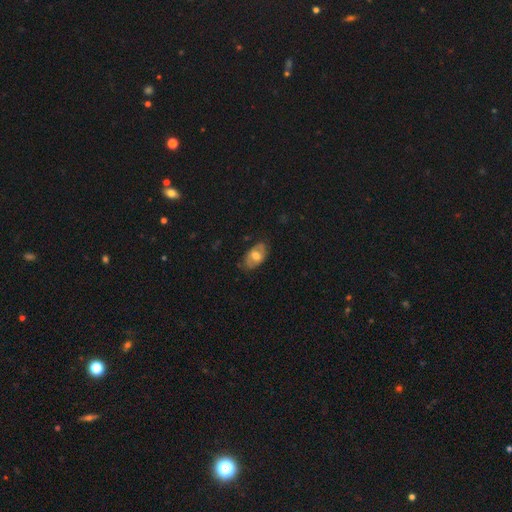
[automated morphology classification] Smooth or featured: smooth — 55% (featured or disk — 38%)
How rounded: in between — 92% (round — 7%)
Merging: none — 75% (minor disturbance — 20%)